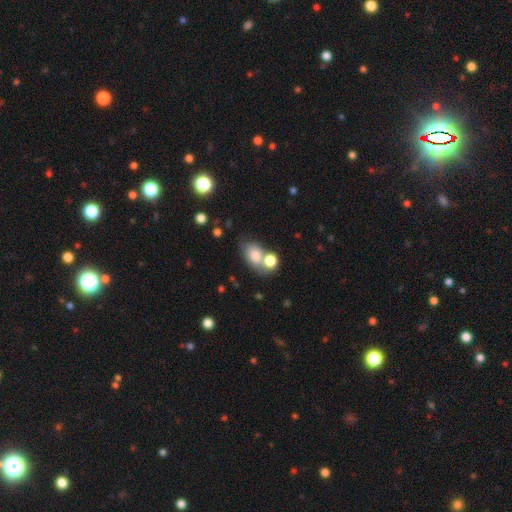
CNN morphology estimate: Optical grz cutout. It shows a smooth galaxy with no disk features (78%) that is in between round and cigar-shaped (76%). Merging: none (45%).